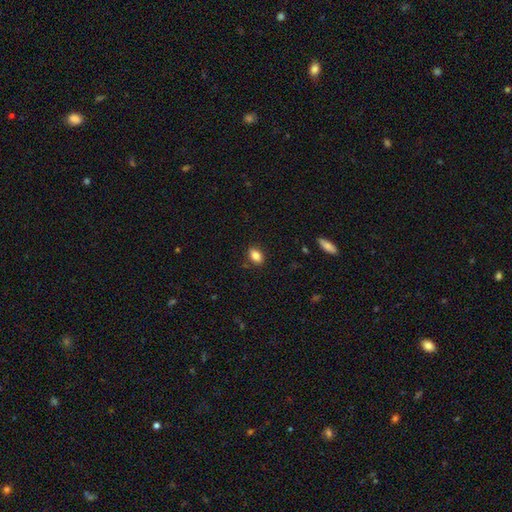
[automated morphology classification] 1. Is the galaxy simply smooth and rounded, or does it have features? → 84% smooth, 9% star or artifact, 7% featured or disk.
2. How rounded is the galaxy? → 82% in between, 16% round, 2% cigar-shaped.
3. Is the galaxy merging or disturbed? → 87% none, 10% minor disturbance, 2% major disturbance, 2% merger.